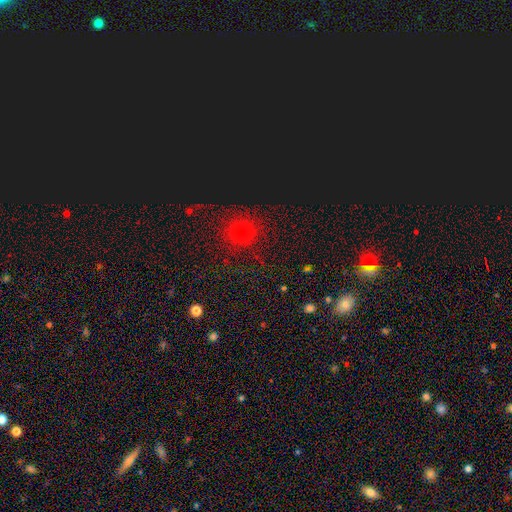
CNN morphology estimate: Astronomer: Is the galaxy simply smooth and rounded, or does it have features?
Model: smooth — 60%.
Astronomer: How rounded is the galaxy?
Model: round — 89%.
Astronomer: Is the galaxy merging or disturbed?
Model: none — 86%.